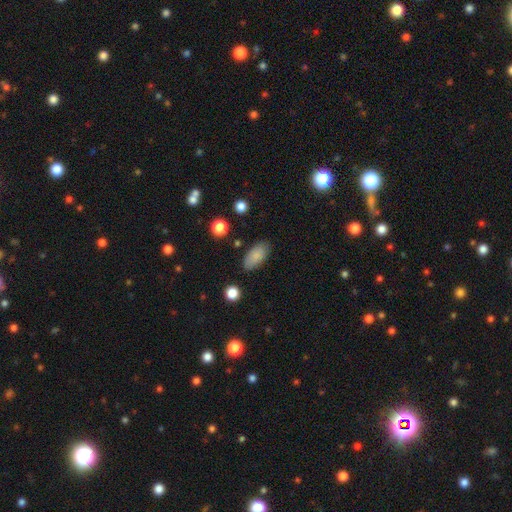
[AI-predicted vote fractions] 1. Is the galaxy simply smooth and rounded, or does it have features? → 85% smooth, 8% featured or disk, 7% star or artifact.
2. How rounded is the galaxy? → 91% in between, 6% cigar-shaped, 3% round.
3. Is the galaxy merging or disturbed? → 82% none, 13% minor disturbance, 3% major disturbance, 2% merger.